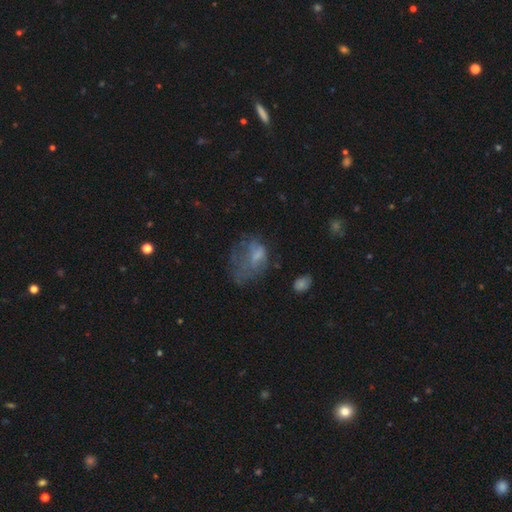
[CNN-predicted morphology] This is possibly a smooth galaxy (51%). How rounded: likely in between (70%). Merging: marginally major disturbance (45%).